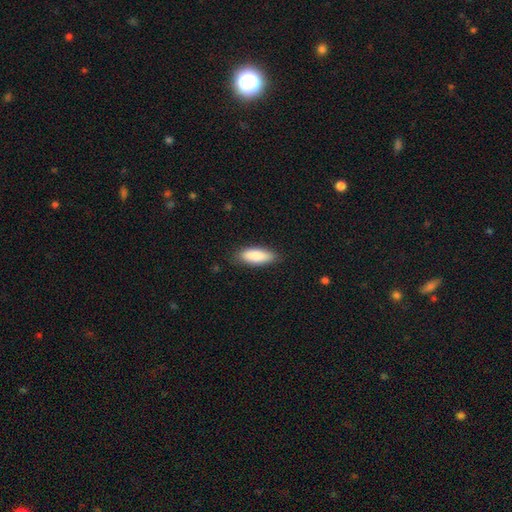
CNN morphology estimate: Smooth or featured? Predicted: smooth (p=0.88). How rounded? Predicted: in between (p=0.75). Merging? Predicted: none (p=0.84).